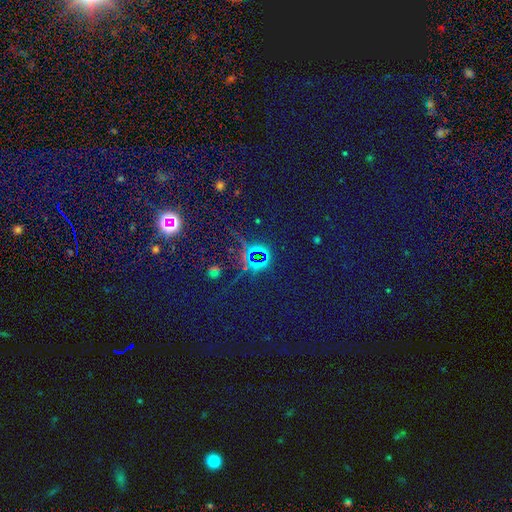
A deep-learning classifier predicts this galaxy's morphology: smooth-or-featured: star or artifact: 77% | smooth: 12% | featured or disk: 11%